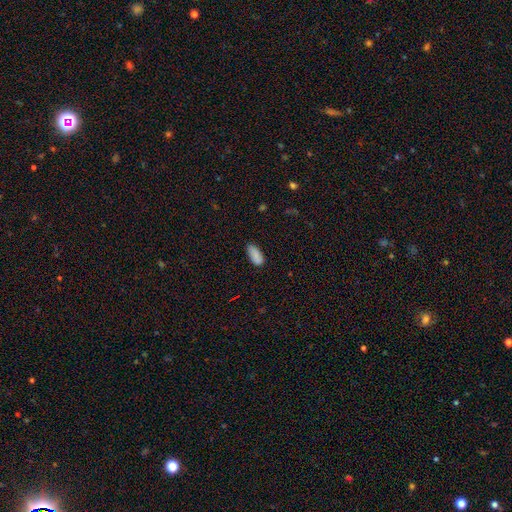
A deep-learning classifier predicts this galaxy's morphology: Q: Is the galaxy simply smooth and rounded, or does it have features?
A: smooth — 85%.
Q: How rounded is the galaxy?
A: in between — 89%.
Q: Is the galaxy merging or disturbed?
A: none — 76%.